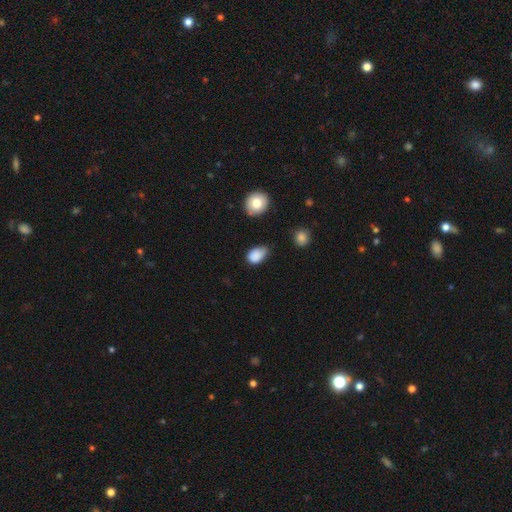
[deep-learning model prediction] Smooth or featured: smooth — 85% (star or artifact — 9%)
How rounded: in between — 78% (round — 20%)
Merging: none — 47% (minor disturbance — 40%)